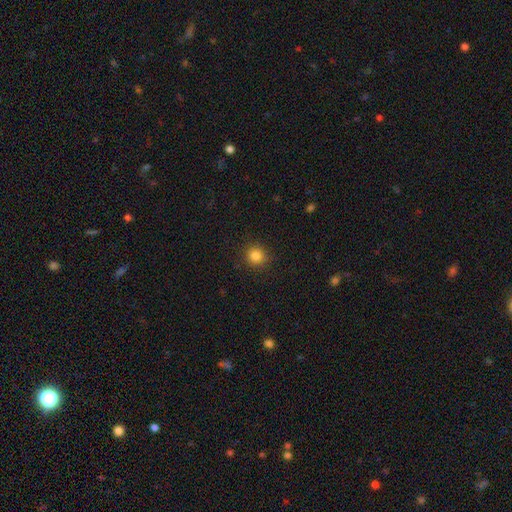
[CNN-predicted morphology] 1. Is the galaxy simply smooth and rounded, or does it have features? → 84% smooth, 12% star or artifact, 4% featured or disk.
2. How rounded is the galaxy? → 90% round, 9% in between, 1% cigar-shaped.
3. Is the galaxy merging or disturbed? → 90% none, 6% minor disturbance, 2% major disturbance, 1% merger.